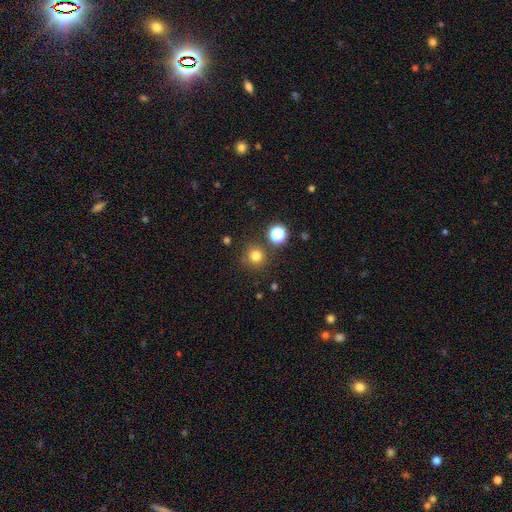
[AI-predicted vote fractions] Smooth or featured: smooth — 76% (star or artifact — 17%)
How rounded: round — 94% (in between — 5%)
Merging: none — 83% (minor disturbance — 8%)